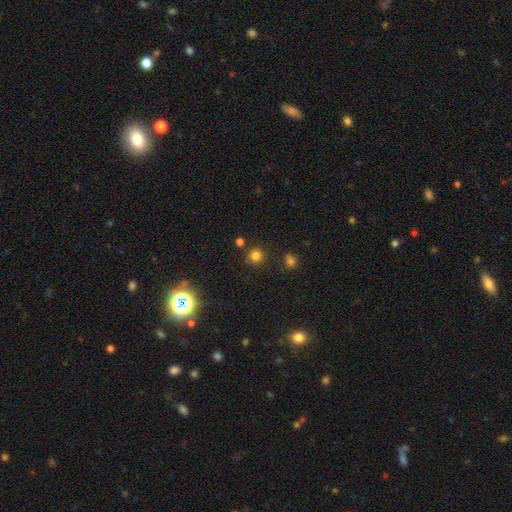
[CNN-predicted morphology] Overall: smooth (76%). How rounded: round (93%). Merging: none (83%).